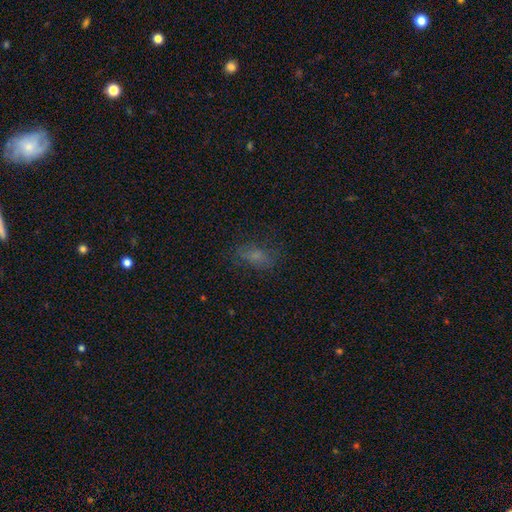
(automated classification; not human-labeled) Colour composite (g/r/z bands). It shows a smooth galaxy with no disk features (61%) that is in between round and cigar-shaped (78%). Merging: none (67%).